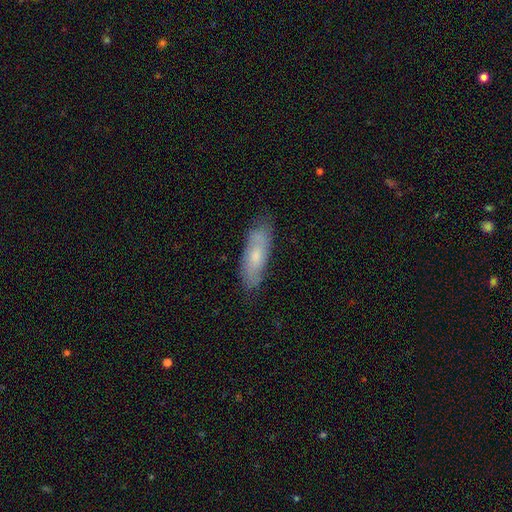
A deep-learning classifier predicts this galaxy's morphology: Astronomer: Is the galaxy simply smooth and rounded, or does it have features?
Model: smooth — 52% (runner-up: featured or disk, 41%).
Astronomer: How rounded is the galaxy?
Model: in between — 49%, tied with cigar-shaped at 49%.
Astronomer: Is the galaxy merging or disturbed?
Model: none — 76%.